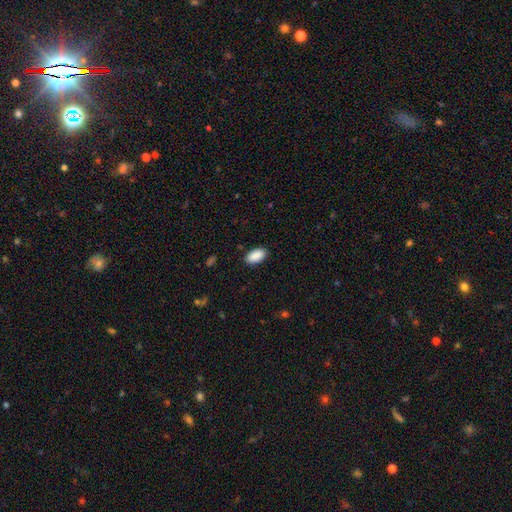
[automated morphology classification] type=smooth (91%); roundness=in between (95%); merging=none (89%).